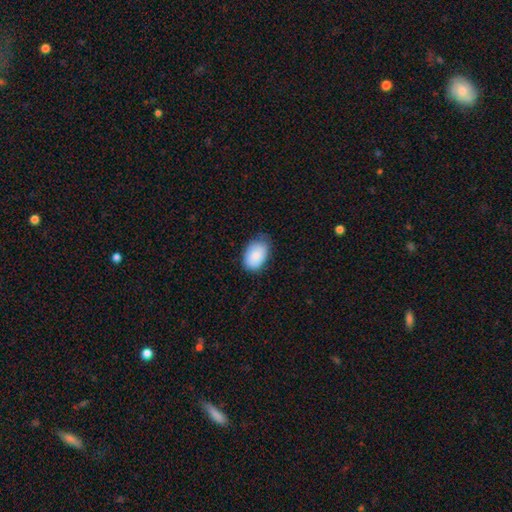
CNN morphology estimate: smooth 86%, featured or disk 7%, star or artifact 7%. Down the decision tree: how rounded — in between (86%); merging — none (63%).